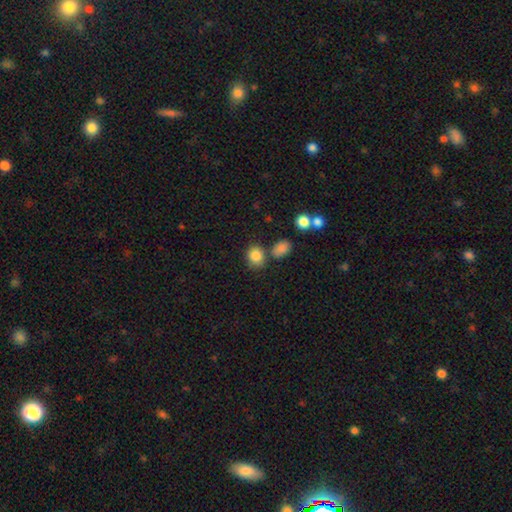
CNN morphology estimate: A smooth galaxy with no disk features (84%) that is round (60%).

Vote fractions:
- Smooth or featured? smooth: 84% / star or artifact: 10% / featured or disk: 6%
- How rounded? round: 60% / in between: 39% / cigar-shaped: 1%
- Merging? none: 69% / merger: 14% / minor disturbance: 13% / major disturbance: 4%